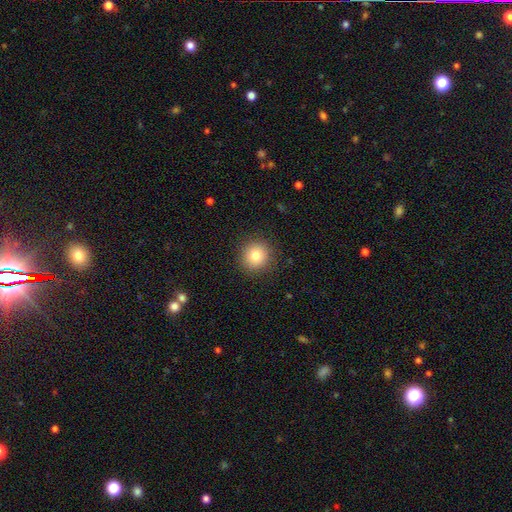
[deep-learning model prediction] smooth-or-featured: smooth: 81% | star or artifact: 11% | featured or disk: 8%
  how-rounded: round: 92% | in between: 7% | cigar-shaped: 1%
  merging: none: 90% | minor disturbance: 7% | major disturbance: 2% | merger: 1%